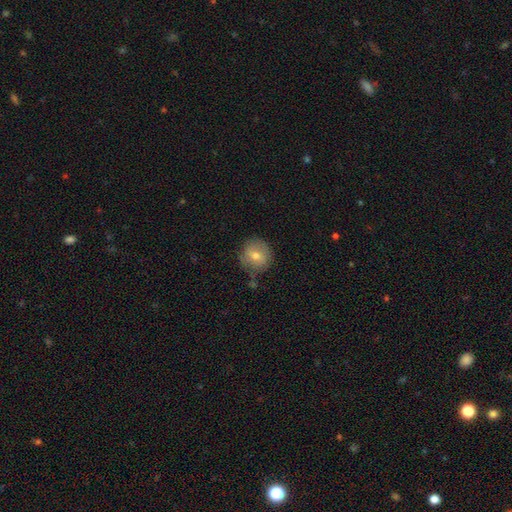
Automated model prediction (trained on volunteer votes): Smooth or featured: smooth — 65% (featured or disk — 26%)
How rounded: round — 85% (in between — 14%)
Merging: none — 76% (minor disturbance — 16%)